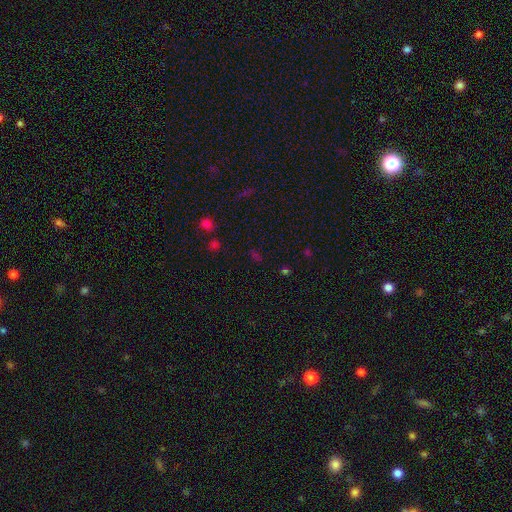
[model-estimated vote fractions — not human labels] Morphology: type=star or artifact (56%).